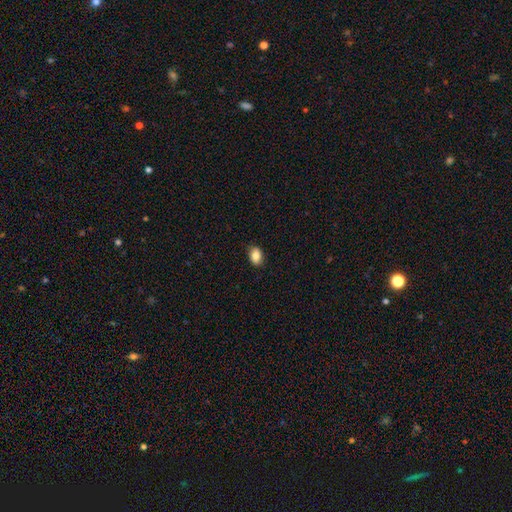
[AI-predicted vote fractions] smooth_or_featured: smooth (p=0.85) [alt: star or artifact p=0.08]
how_rounded: in between (p=0.77) [alt: round p=0.22]
merging: none (p=0.87) [alt: minor disturbance p=0.10]